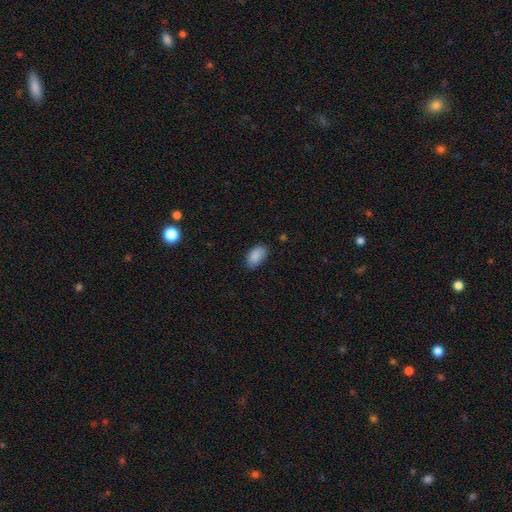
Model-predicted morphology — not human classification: type=smooth (88%); roundness=in between (93%); merging=none (76%).